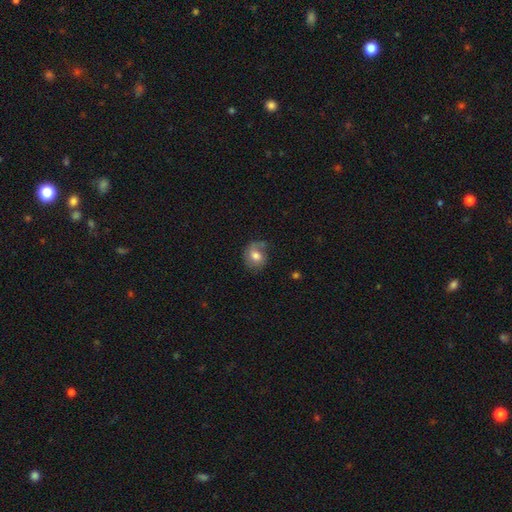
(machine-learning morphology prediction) smooth 63%, featured or disk 29%, star or artifact 9%. Down the decision tree: how rounded — round (66%); merging — none (57%).